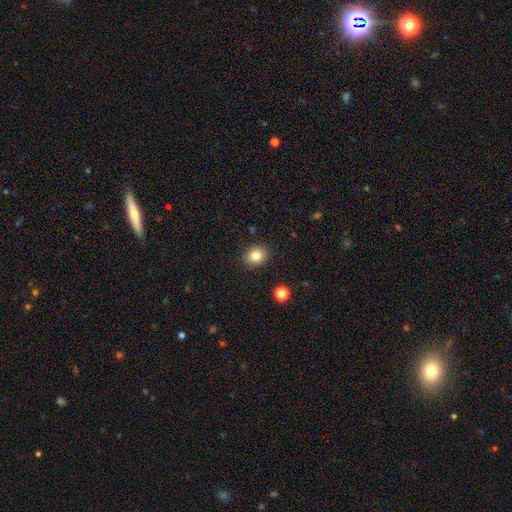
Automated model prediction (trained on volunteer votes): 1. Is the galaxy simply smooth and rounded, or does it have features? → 83% smooth, 10% star or artifact, 6% featured or disk.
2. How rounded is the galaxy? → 67% round, 32% in between, 1% cigar-shaped.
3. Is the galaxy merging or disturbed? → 89% none, 7% minor disturbance, 2% major disturbance, 1% merger.